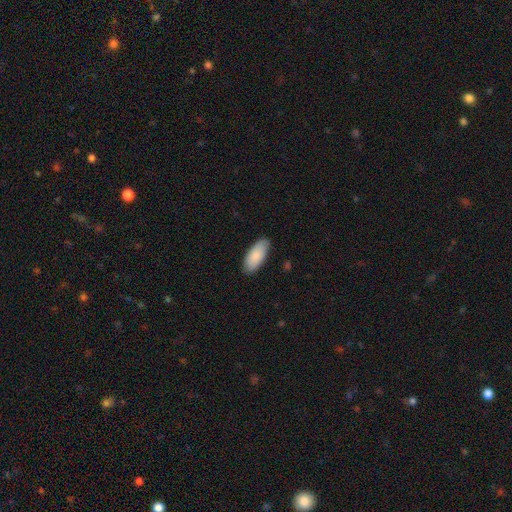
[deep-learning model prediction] Smooth or featured? smooth (87%)
How rounded? in between (88%)
Merging? none (84%)